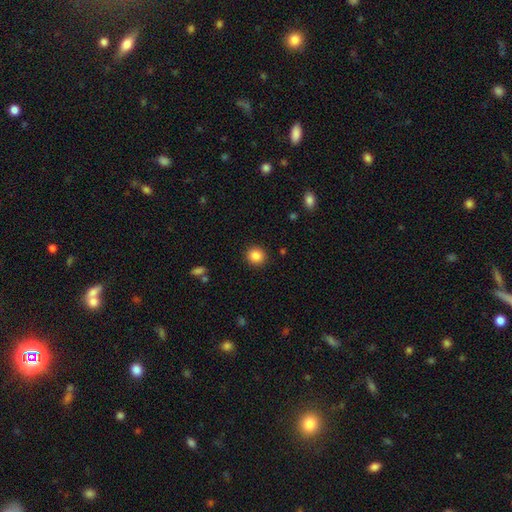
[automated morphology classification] Q: Smooth or featured?
A: smooth (86%); runner-up: star or artifact (9%)
Q: How rounded?
A: round (88%); runner-up: in between (11%)
Q: Merging?
A: none (91%); runner-up: minor disturbance (6%)